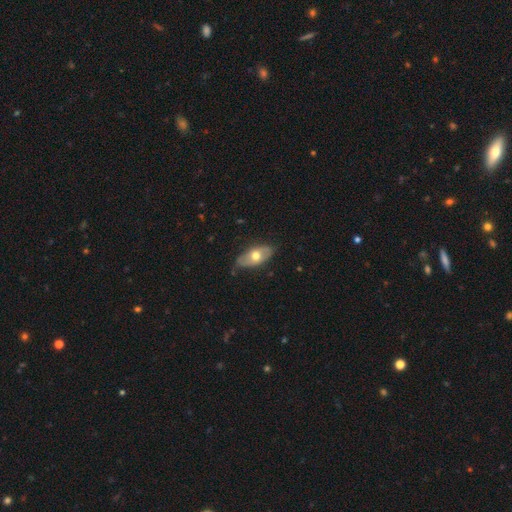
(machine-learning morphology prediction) Smooth or featured?
  - smooth: 54% *
  - featured or disk: 40%
  - star or artifact: 6%
How rounded?
  - in between: 88% *
  - cigar-shaped: 7%
  - round: 5%
Merging?
  - none: 70% *
  - minor disturbance: 24%
  - major disturbance: 4%
  - merger: 1%